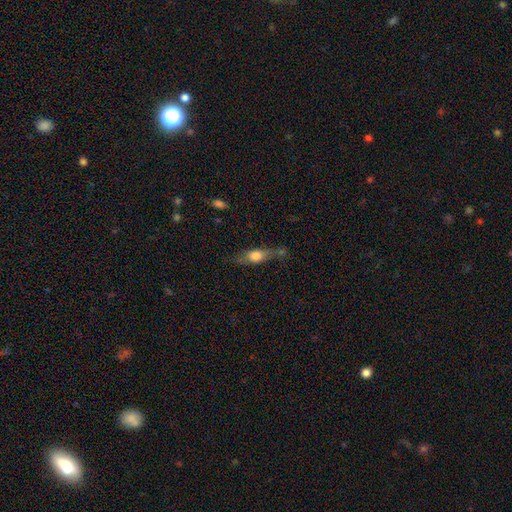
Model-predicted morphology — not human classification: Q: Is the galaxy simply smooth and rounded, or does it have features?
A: smooth — 55%.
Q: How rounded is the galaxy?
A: in between — 47%, tied with cigar-shaped.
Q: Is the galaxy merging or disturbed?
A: none — 59%.